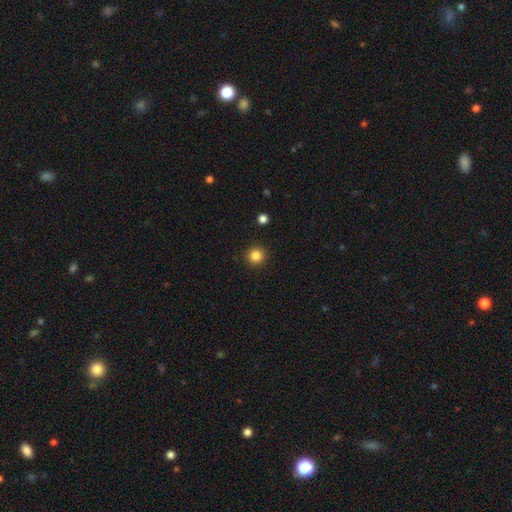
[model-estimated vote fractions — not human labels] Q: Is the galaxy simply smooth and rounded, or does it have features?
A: smooth — 84%.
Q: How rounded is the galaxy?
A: round — 95%.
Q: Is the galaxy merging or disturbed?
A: none — 92%.